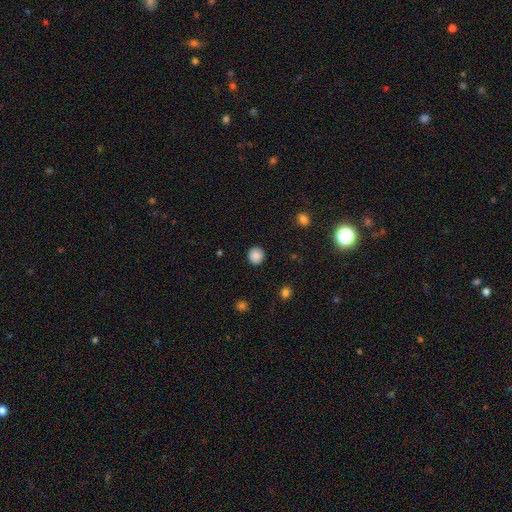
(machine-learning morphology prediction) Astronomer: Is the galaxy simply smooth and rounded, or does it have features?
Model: smooth — 87%.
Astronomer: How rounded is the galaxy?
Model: round — 92%.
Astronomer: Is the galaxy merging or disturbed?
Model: none — 91%.